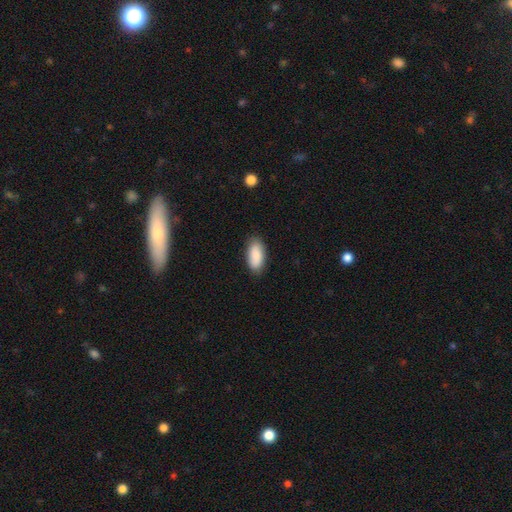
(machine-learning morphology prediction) This appears to be a smooth galaxy with no disk features (88%) that is in between round and cigar-shaped (90%). Merging: none (84%).